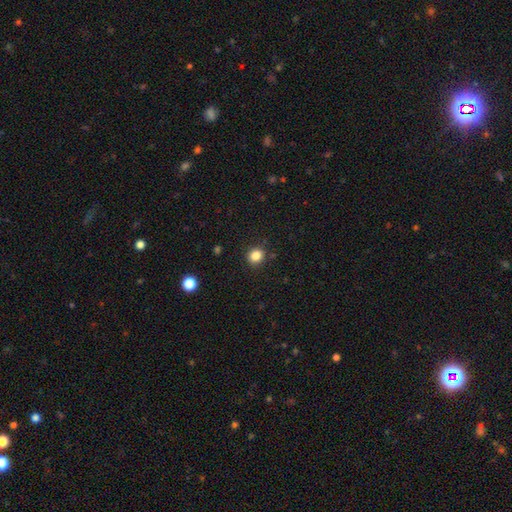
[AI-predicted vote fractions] A smooth galaxy with no disk features (85%) that is round (79%). Merging: none (89%).